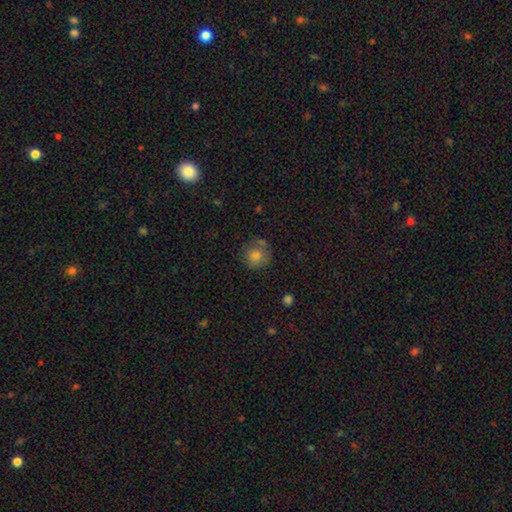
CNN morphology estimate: Smooth or featured?
  - smooth: 78% *
  - star or artifact: 11%
  - featured or disk: 11%
How rounded?
  - round: 90% *
  - in between: 9%
  - cigar-shaped: 1%
Merging?
  - none: 71% *
  - minor disturbance: 16%
  - merger: 8%
  - major disturbance: 5%